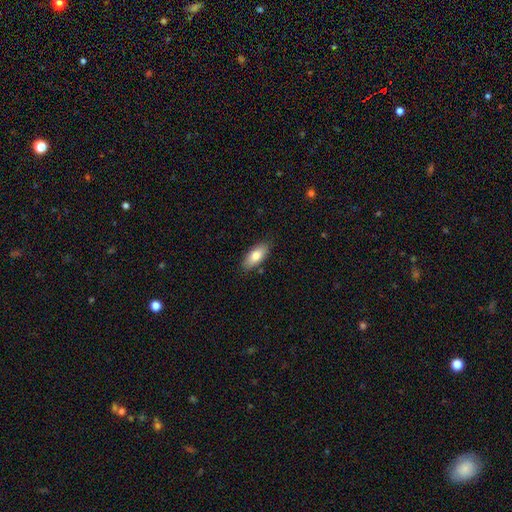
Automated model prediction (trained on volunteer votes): A smooth galaxy with no disk features (79%) that is in between round and cigar-shaped (85%). Merging: none (85%).